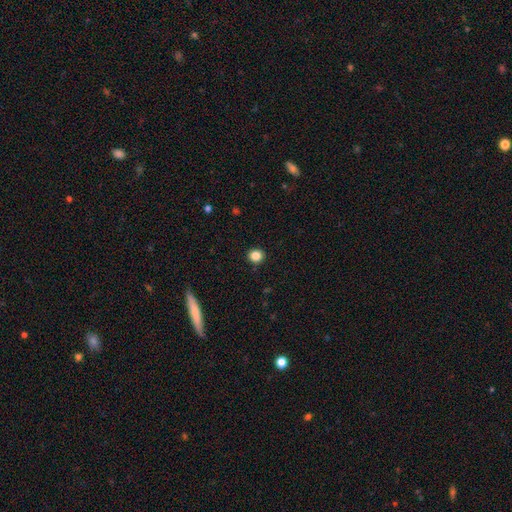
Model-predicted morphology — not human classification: Overall: smooth (85%). How rounded: round (88%). Merging: none (92%).